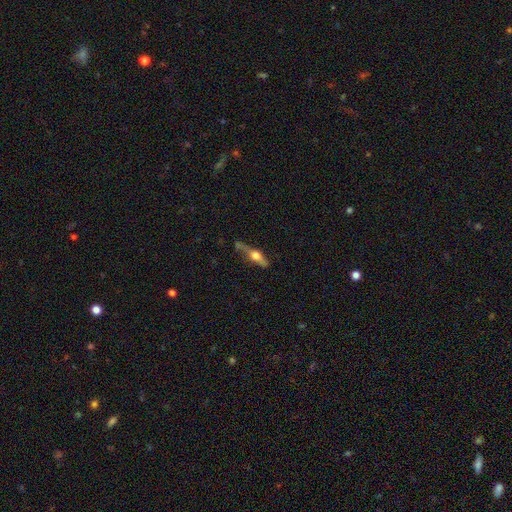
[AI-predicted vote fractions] Smooth or featured? Predicted: featured or disk (p=0.58). Edge-on disk? Predicted: yes (p=0.87). Edge-on bulge? Predicted: rounded (p=0.91). Merging? Predicted: none (p=0.55).